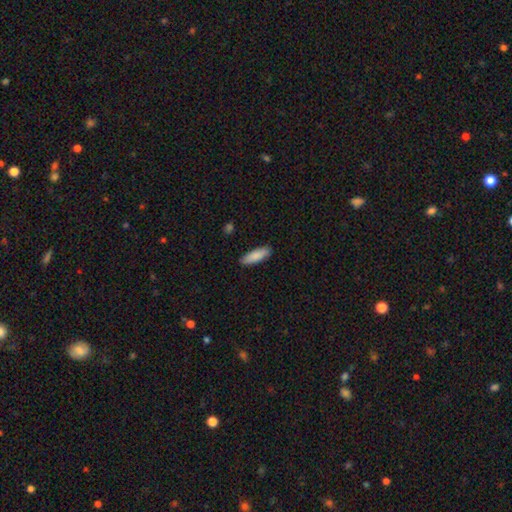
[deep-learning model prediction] smooth-or-featured: smooth: 87% | featured or disk: 8% | star or artifact: 6%
  how-rounded: cigar-shaped: 50% | in between: 48% | round: 2%
  merging: none: 88% | minor disturbance: 9% | major disturbance: 2% | merger: 1%